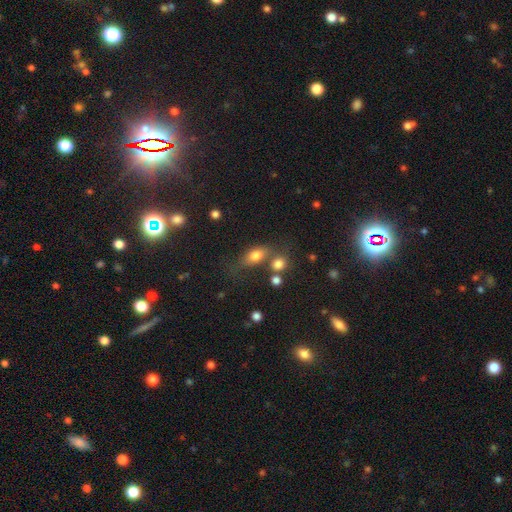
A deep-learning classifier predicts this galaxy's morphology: Q: Smooth or featured?
A: smooth (77%); runner-up: featured or disk (12%)
Q: How rounded?
A: in between (73%); runner-up: round (20%)
Q: Merging?
A: none (50%); runner-up: merger (23%)